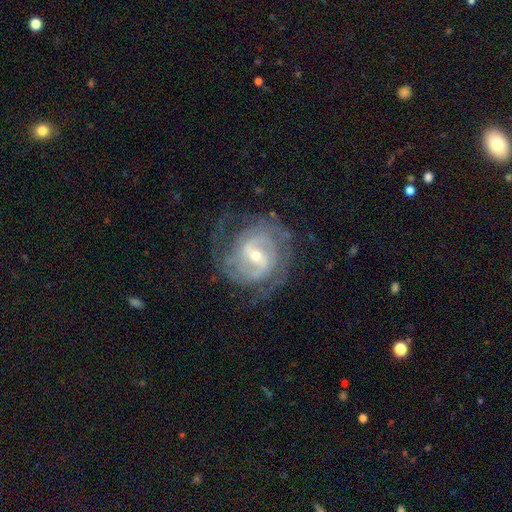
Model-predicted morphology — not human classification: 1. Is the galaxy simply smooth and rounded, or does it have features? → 89% featured or disk, 6% smooth, 5% star or artifact.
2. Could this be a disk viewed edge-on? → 97% no, 3% yes.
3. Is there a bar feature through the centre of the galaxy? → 51% weak, 30% strong, 19% no.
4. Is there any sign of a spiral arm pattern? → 96% yes, 4% no.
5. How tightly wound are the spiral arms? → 56% tight, 35% medium, 9% loose.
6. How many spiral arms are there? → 51% 2, 21% can't tell, 14% 3, 6% 4, 4% 1, 4% more than 4.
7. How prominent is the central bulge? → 52% small, 45% moderate, 2% large, 1% none, 1% dominant.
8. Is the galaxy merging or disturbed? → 71% none, 17% minor disturbance, 11% major disturbance, 1% merger.